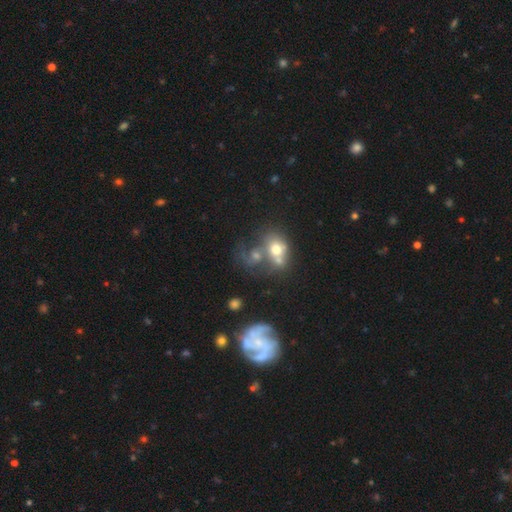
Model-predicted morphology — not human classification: smooth-or-featured: smooth: 47% | featured or disk: 37% | star or artifact: 16%
  merging: merger: 46% | none: 28% | major disturbance: 14% | minor disturbance: 12%